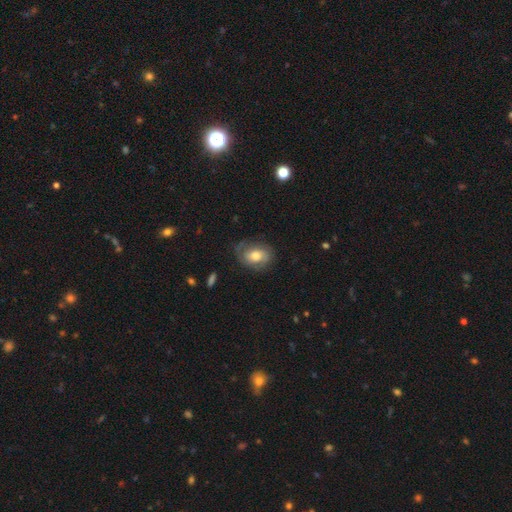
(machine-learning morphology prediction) A smooth galaxy with no disk features (51%) that is in between round and cigar-shaped (67%).

Vote fractions:
- Smooth or featured? smooth: 51% / featured or disk: 42% / star or artifact: 7%
- How rounded? in between: 67% / round: 32% / cigar-shaped: 1%
- Merging? none: 65% / minor disturbance: 22% / major disturbance: 11% / merger: 1%